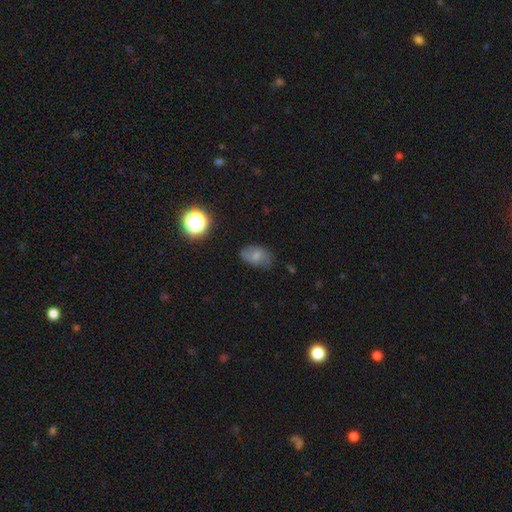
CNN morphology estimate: A smooth galaxy with no disk features (68%) that is in between round and cigar-shaped (87%). Merging: none (71%).